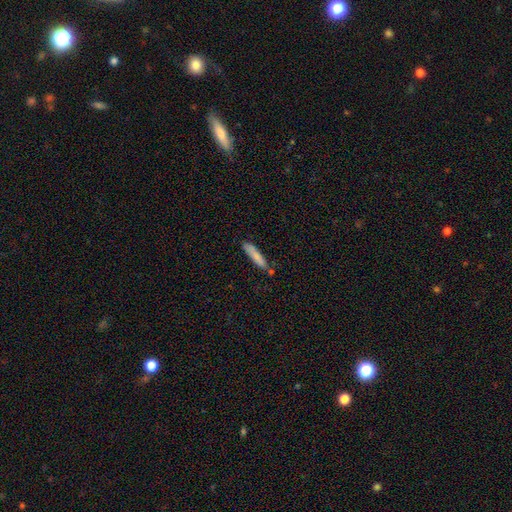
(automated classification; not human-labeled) Smooth or featured: smooth — 80% (featured or disk — 14%)
How rounded: cigar-shaped — 85% (in between — 14%)
Merging: none — 70% (minor disturbance — 20%)